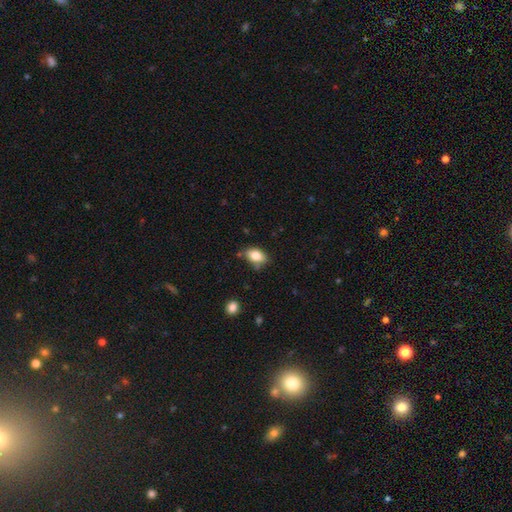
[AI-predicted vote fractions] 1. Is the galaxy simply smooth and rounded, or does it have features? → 82% smooth, 9% featured or disk, 8% star or artifact.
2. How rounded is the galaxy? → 86% in between, 12% round, 2% cigar-shaped.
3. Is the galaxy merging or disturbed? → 71% none, 21% minor disturbance, 4% merger, 4% major disturbance.